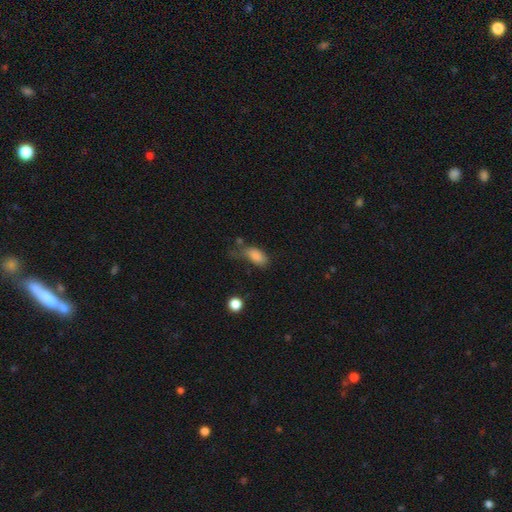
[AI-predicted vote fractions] Smooth or featured? smooth (83%)
How rounded? in between (88%)
Merging? none (43%)